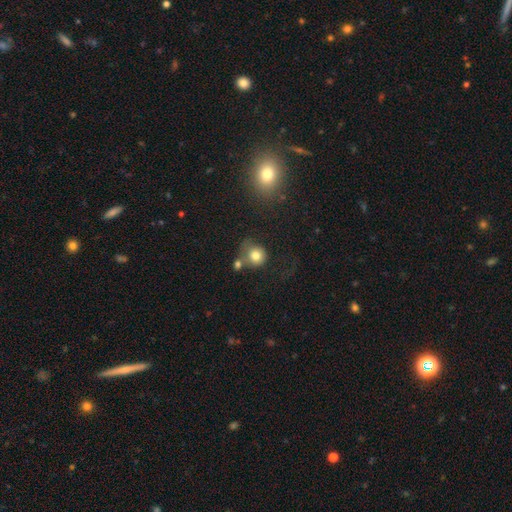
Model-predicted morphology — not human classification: A smooth galaxy with no disk features (77%) that is round (84%). Merging: none (41%).